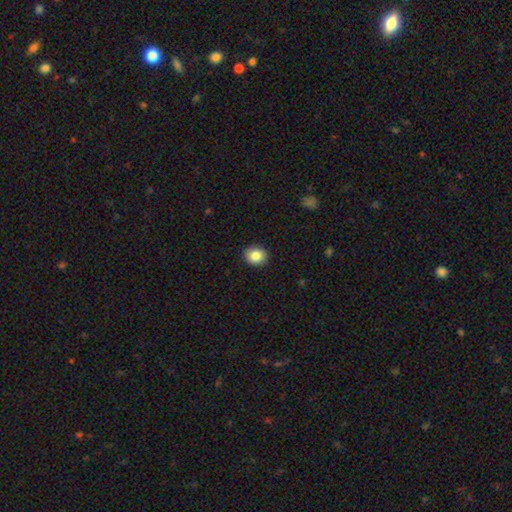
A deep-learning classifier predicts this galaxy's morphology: A smooth galaxy with no disk features (85%) that is round (65%). Merging: none (90%).